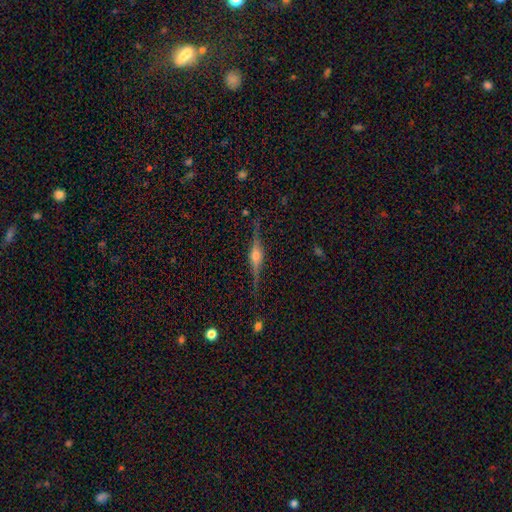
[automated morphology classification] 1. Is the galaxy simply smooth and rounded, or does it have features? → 84% featured or disk, 9% smooth, 7% star or artifact.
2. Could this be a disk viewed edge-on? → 98% yes, 2% no.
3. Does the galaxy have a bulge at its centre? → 87% rounded, 11% boxy, 2% none.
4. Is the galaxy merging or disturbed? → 88% none, 9% minor disturbance, 2% major disturbance, 1% merger.